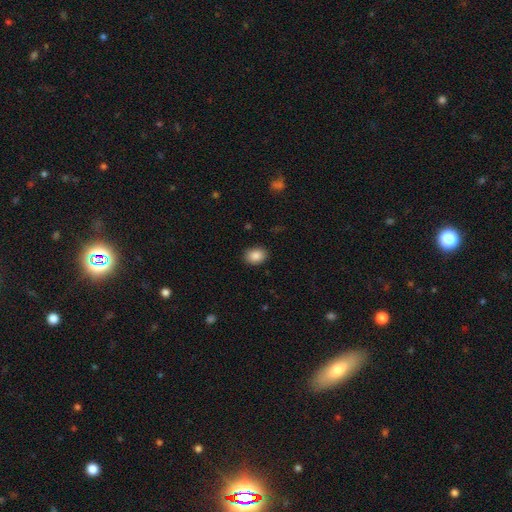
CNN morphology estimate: This is clearly a smooth galaxy (88%). How rounded: likely in between (69%). Merging: clearly none (90%).